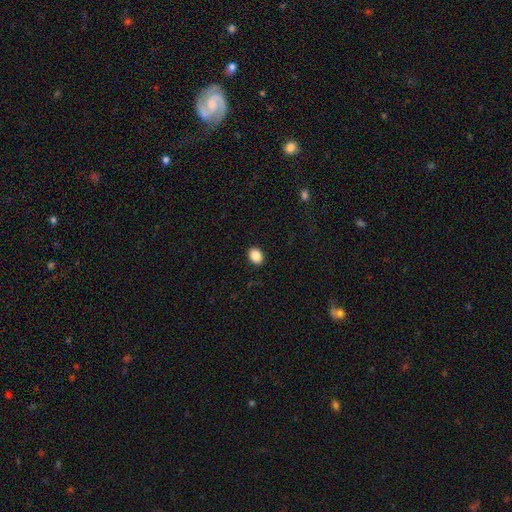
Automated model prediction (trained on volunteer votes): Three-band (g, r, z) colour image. It shows a smooth galaxy with no disk features (88%) that is in between round and cigar-shaped (60%). Merging: none (91%).